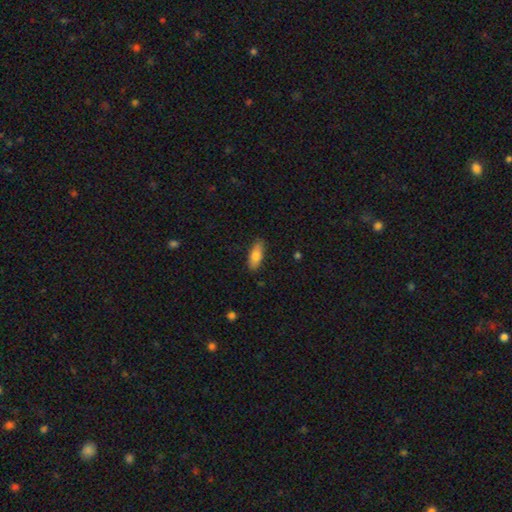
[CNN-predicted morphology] Smooth or featured? Predicted: smooth (p=0.78). How rounded? Predicted: in between (p=0.66). Merging? Predicted: none (p=0.86).